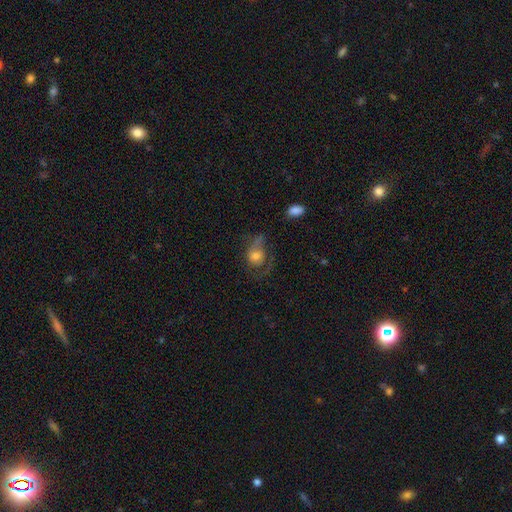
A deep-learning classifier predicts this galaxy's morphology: This is possibly a smooth galaxy (51%). How rounded: possibly round (54%). Merging: possibly major disturbance (46%).